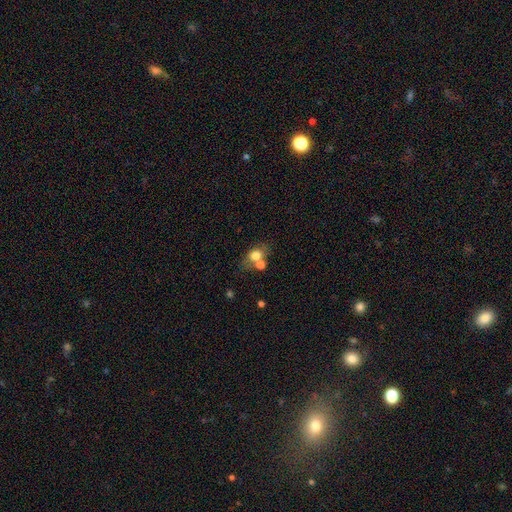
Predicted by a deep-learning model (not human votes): The model was most divided on "merging": none: 47%, merger: 34%, minor disturbance: 13%, major disturbance: 6%. More confident: smooth or featured — smooth (73%); how rounded — in between (63%).